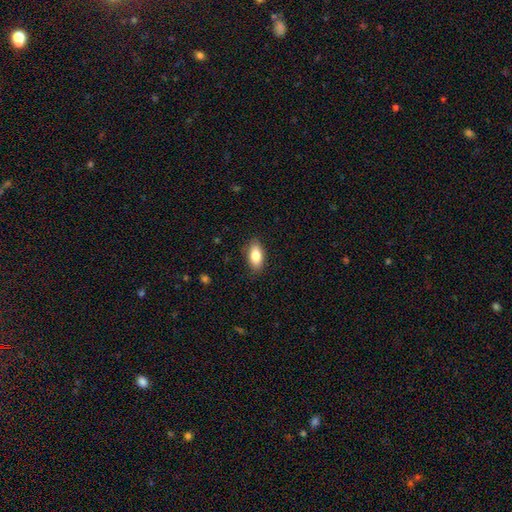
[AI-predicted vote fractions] A smooth galaxy with no disk features (84%) that is in between round and cigar-shaped (90%). Merging: none (86%).